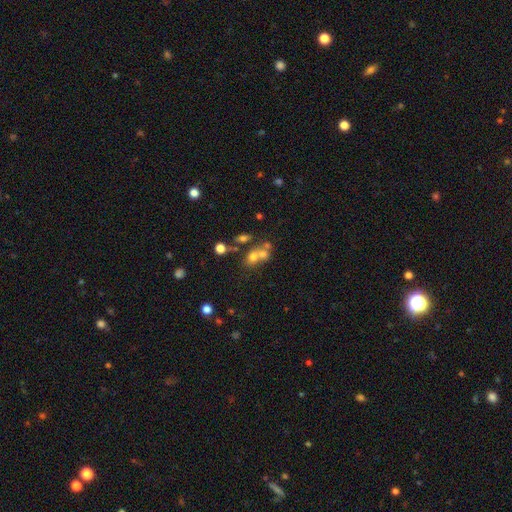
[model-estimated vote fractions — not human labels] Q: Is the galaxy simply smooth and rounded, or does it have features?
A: smooth — 62%.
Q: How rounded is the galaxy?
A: in between — 50%.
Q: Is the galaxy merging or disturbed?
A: merger — 54%.